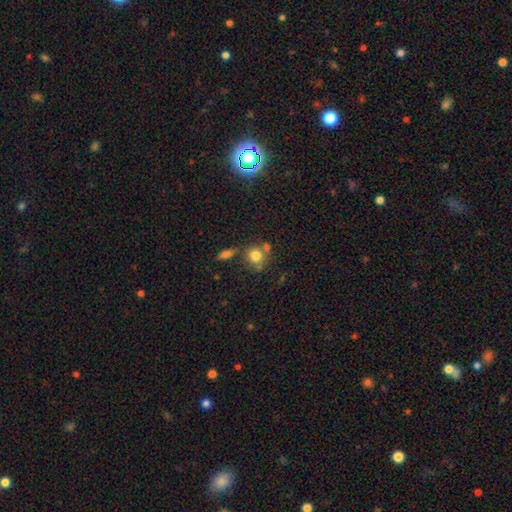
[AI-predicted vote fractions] smooth 79%, star or artifact 11%, featured or disk 10%. Down the decision tree: how rounded — round (82%); merging — none (58%).